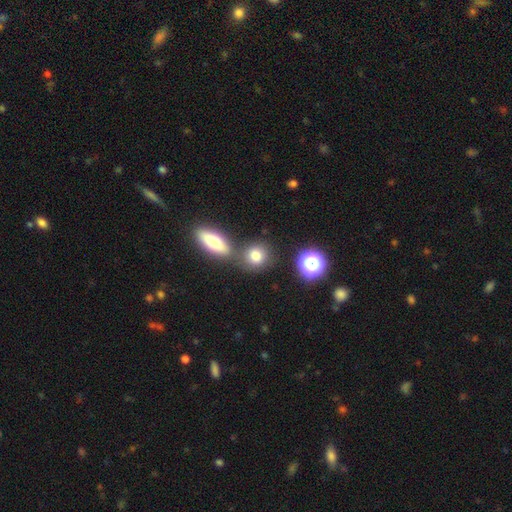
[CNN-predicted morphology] Smooth or featured? Predicted: smooth (p=0.78). How rounded? Predicted: round (p=0.80). Merging? Predicted: none (p=0.67).